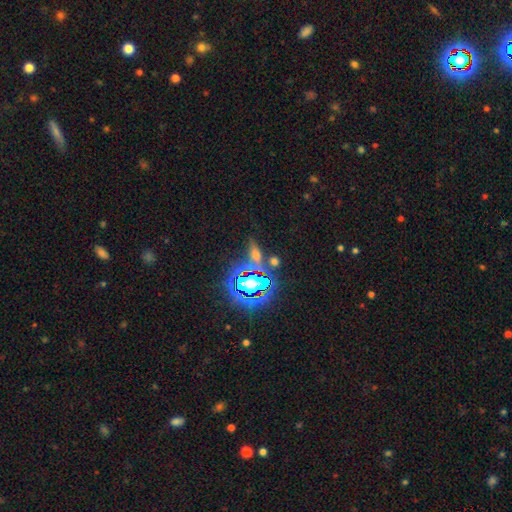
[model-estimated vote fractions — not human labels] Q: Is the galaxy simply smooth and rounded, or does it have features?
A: star or artifact — 44%.